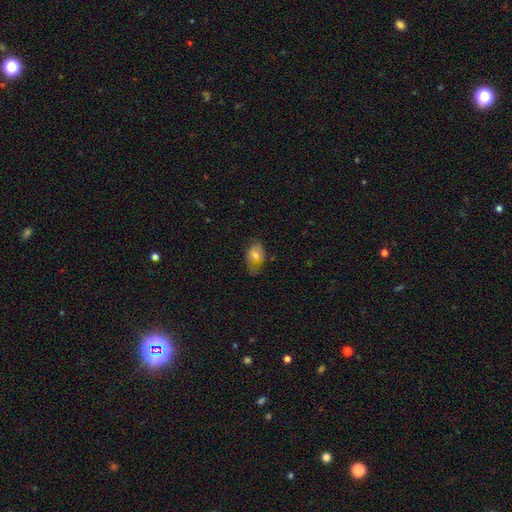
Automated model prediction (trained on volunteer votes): Overall: smooth (64%; featured or disk 27%). How rounded: in between (83%). Merging: none (52%; minor disturbance 30%).